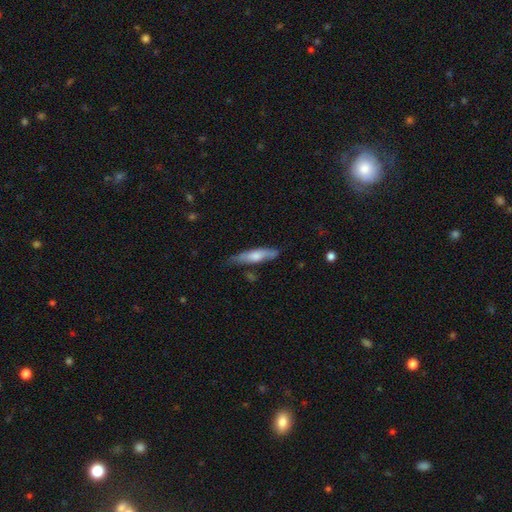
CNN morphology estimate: Smooth or featured: smooth — 60% (featured or disk — 34%)
How rounded: cigar-shaped — 78% (in between — 21%)
Merging: none — 70% (minor disturbance — 23%)